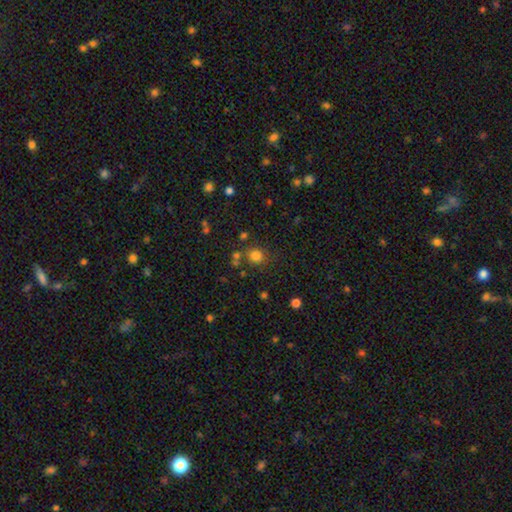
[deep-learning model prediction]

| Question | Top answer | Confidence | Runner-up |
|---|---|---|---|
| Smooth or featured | smooth | 78% | star or artifact (16%) |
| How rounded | round | 84% | in between (15%) |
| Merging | none | 73% | minor disturbance (12%) |